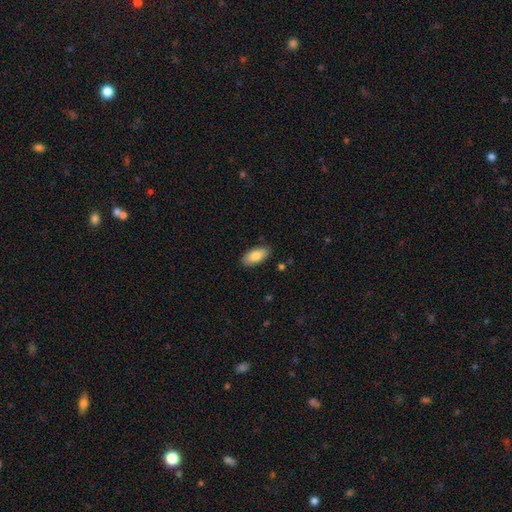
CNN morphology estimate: smooth 83%, featured or disk 11%, star or artifact 6%. Down the decision tree: how rounded — in between (92%); merging — none (87%).